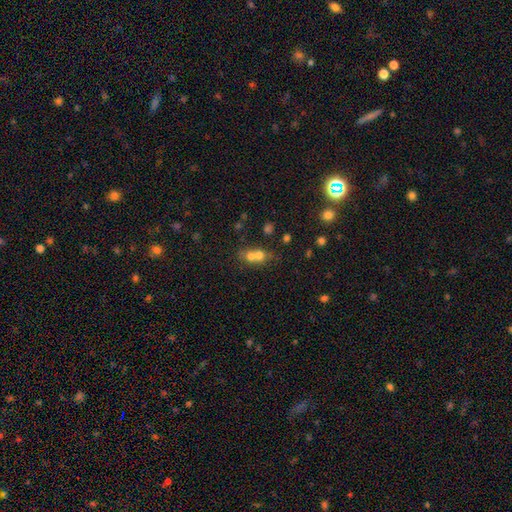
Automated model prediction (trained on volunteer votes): smooth_or_featured: smooth (p=0.64) [alt: featured or disk p=0.20]
how_rounded: round (p=0.65) [alt: in between p=0.33]
merging: merger (p=0.66) [alt: none p=0.24]